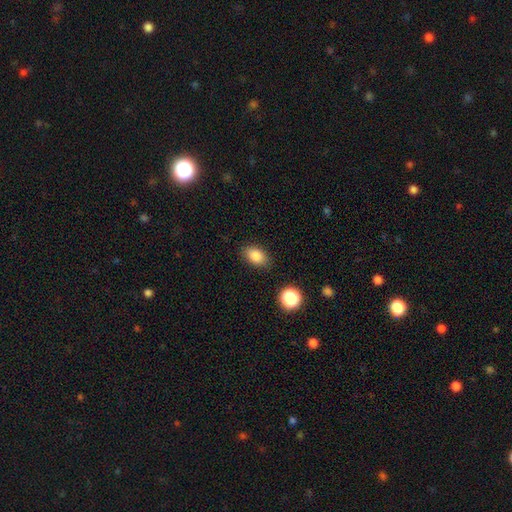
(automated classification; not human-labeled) A smooth galaxy with no disk features (84%) that is in between round and cigar-shaped (85%). Merging: none (85%).